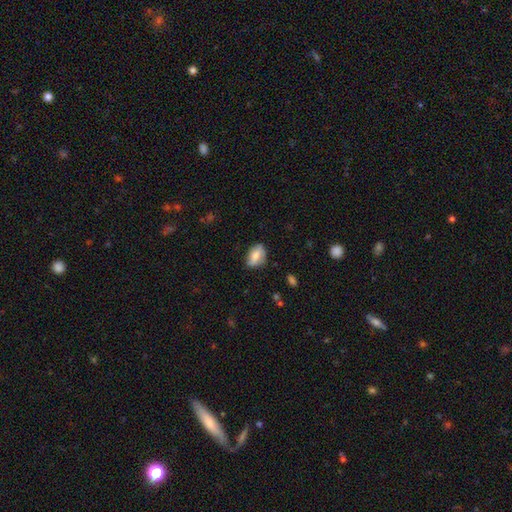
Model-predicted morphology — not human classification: Smooth or featured: smooth — 75% (featured or disk — 18%)
How rounded: in between — 86% (round — 11%)
Merging: none — 68% (minor disturbance — 25%)